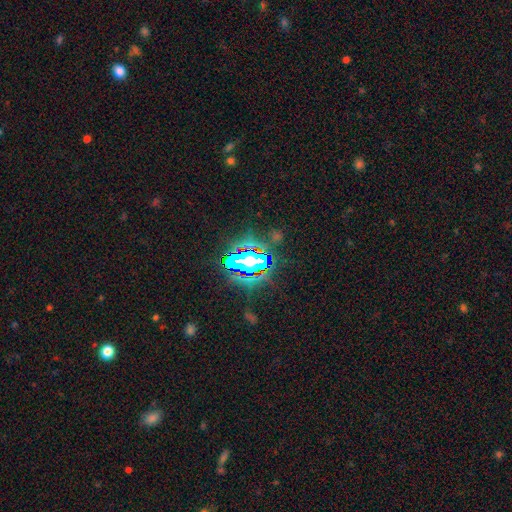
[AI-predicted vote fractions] Smooth or featured: star or artifact — 75% (smooth — 14%)